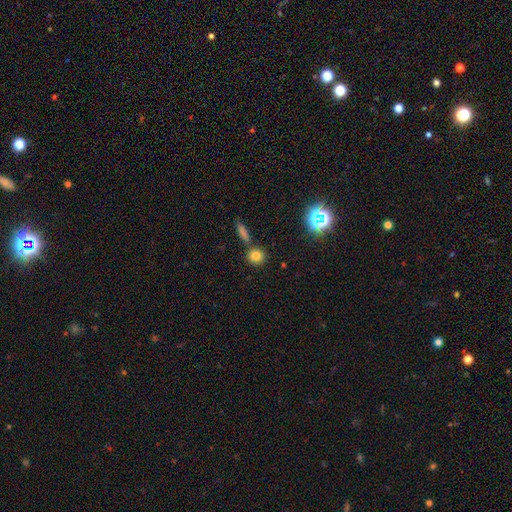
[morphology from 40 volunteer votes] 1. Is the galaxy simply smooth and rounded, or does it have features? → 88% smooth, 10% featured or disk, 2% star or artifact.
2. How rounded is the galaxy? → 91% round, 9% in between, 0% cigar-shaped.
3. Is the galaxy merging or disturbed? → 79% none, 15% merger, 5% minor disturbance, 0% major disturbance.